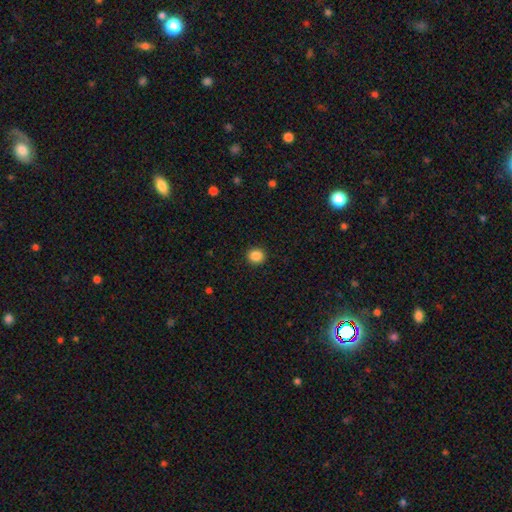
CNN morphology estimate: smooth 87%, star or artifact 10%, featured or disk 3%. Down the decision tree: how rounded — round (88%); merging — none (92%).